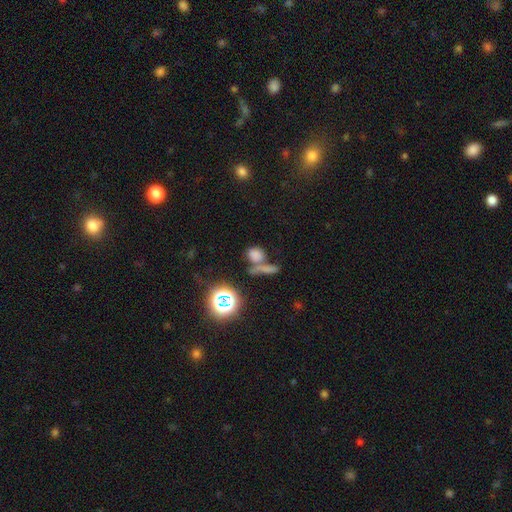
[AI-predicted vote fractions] A smooth galaxy with no disk features (68%) that is round (59%). Merging: none (44%).